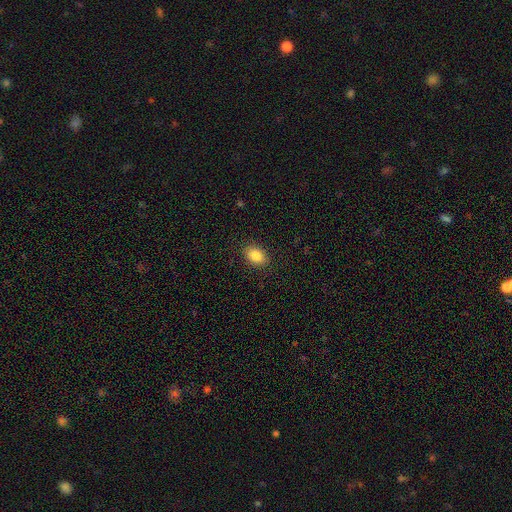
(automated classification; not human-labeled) smooth 84%, star or artifact 9%, featured or disk 7%. Down the decision tree: how rounded — in between (78%); merging — none (88%).